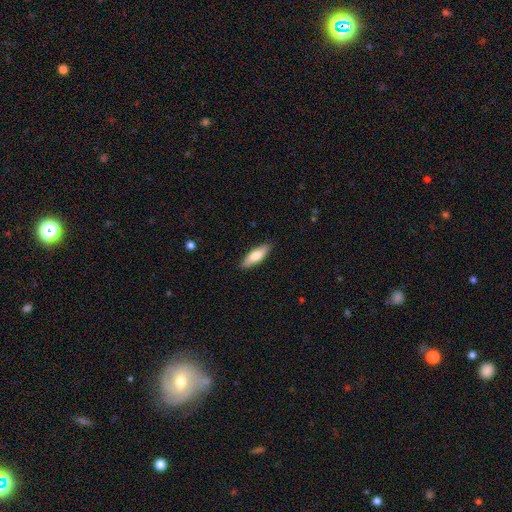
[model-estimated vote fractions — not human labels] smooth_or_featured: smooth (p=0.74) [alt: featured or disk p=0.21]
how_rounded: in between (p=0.56) [alt: cigar-shaped p=0.42]
merging: none (p=0.87) [alt: minor disturbance p=0.10]